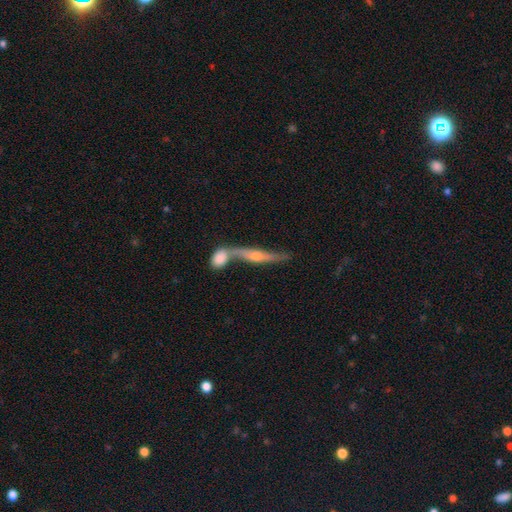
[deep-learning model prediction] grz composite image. It shows a featured or disk galaxy (65%) viewed edge-on (79%) with a rounded central bulge (86%). Merging: merger (46%).